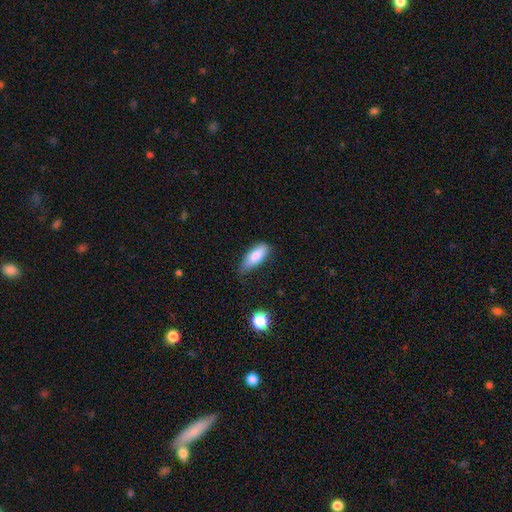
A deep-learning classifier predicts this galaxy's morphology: The model was most divided on "merging": none: 60%, minor disturbance: 32%, major disturbance: 6%, merger: 2%. More confident: smooth or featured — smooth (79%); how rounded — in between (76%).